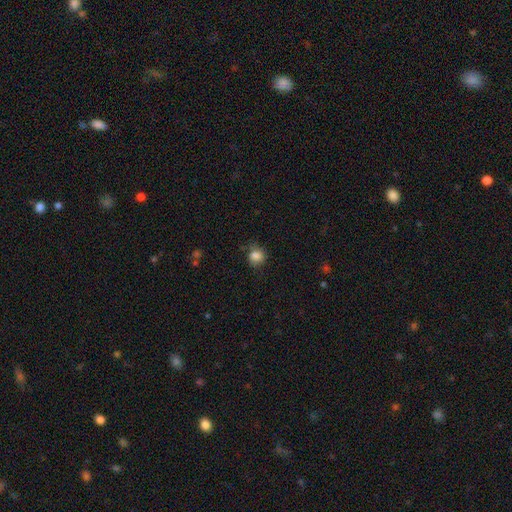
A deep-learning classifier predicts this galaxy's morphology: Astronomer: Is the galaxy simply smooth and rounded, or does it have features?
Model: smooth — 82%.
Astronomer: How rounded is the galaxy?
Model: round — 68%.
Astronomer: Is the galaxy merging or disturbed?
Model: none — 65%.